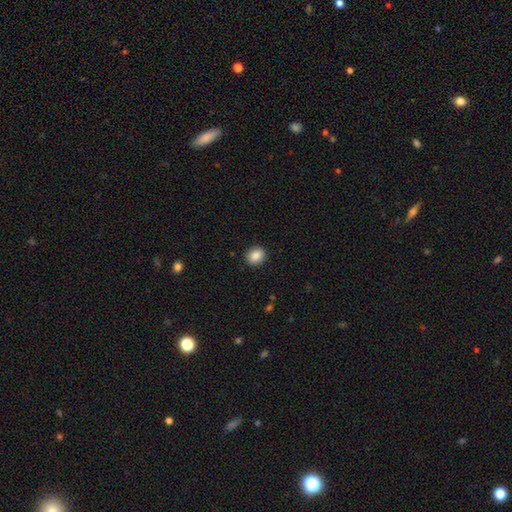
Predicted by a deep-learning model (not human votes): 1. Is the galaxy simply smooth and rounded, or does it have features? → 87% smooth, 9% star or artifact, 4% featured or disk.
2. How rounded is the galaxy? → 69% round, 30% in between, 1% cigar-shaped.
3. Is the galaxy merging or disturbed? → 91% none, 6% minor disturbance, 2% major disturbance, 1% merger.